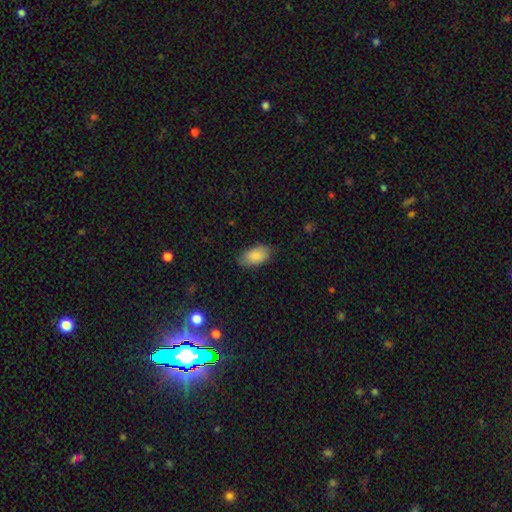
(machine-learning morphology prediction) Smooth or featured?
  - smooth: 87% *
  - star or artifact: 7%
  - featured or disk: 6%
How rounded?
  - in between: 94% *
  - round: 4%
  - cigar-shaped: 2%
Merging?
  - none: 79% *
  - minor disturbance: 17%
  - major disturbance: 3%
  - merger: 1%